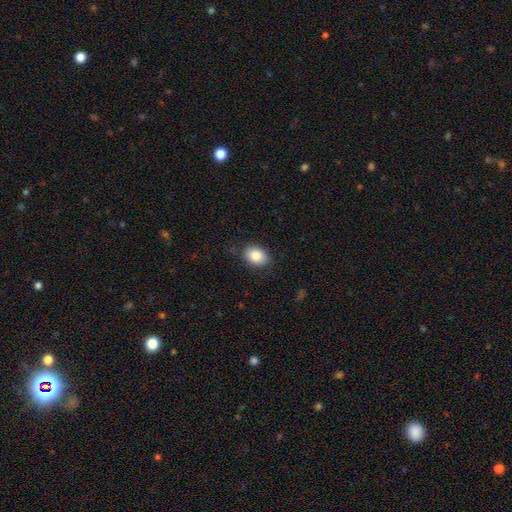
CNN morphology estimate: Smooth or featured: smooth — 84% (star or artifact — 8%)
How rounded: in between — 75% (round — 24%)
Merging: none — 85% (minor disturbance — 12%)